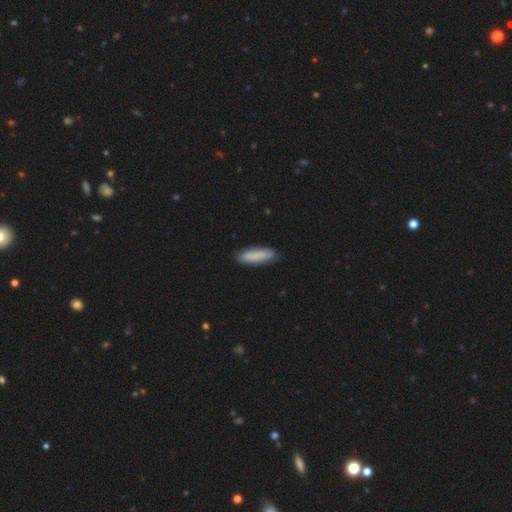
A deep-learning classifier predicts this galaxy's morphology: smooth_or_featured: smooth (p=0.82) [alt: featured or disk p=0.12]
how_rounded: cigar-shaped (p=0.63) [alt: in between p=0.36]
merging: none (p=0.82) [alt: minor disturbance p=0.14]